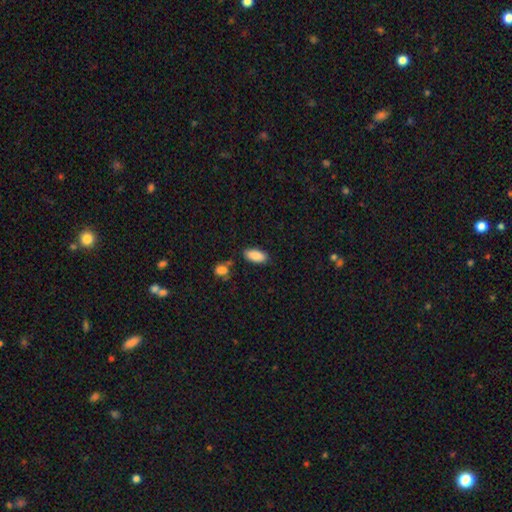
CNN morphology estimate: Smooth or featured: smooth — 88% (star or artifact — 7%)
How rounded: in between — 89% (cigar-shaped — 9%)
Merging: none — 80% (minor disturbance — 13%)